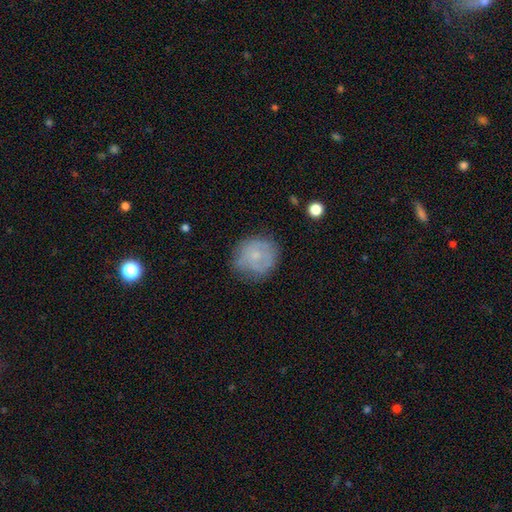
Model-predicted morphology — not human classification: Overall: smooth (57%; featured or disk 35%). How rounded: round (84%). Merging: none (65%).